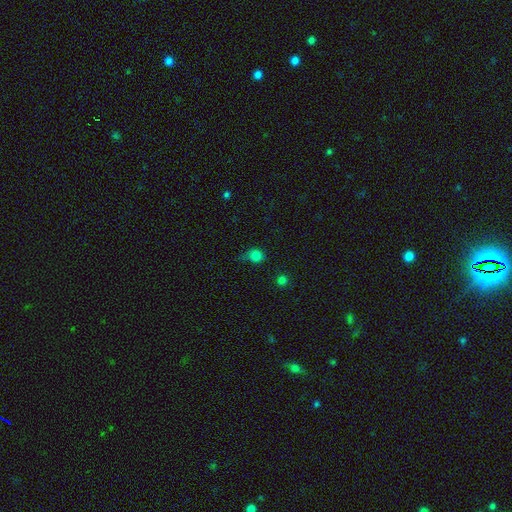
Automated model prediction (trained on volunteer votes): A smooth galaxy with no disk features (79%) that is round (81%).

Vote fractions:
- Smooth or featured? smooth: 79% / star or artifact: 15% / featured or disk: 6%
- How rounded? round: 81% / in between: 18% / cigar-shaped: 1%
- Merging? none: 52% / minor disturbance: 31% / major disturbance: 13% / merger: 4%